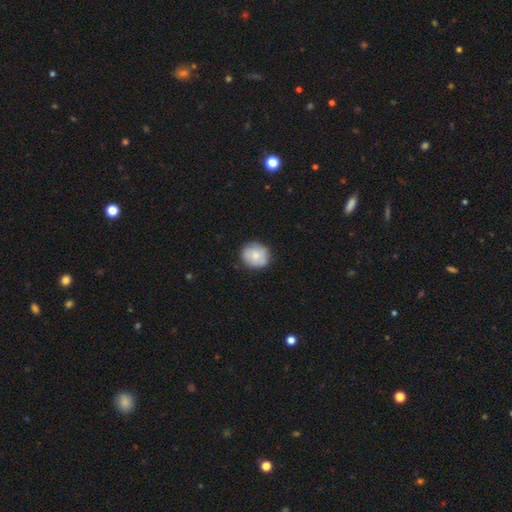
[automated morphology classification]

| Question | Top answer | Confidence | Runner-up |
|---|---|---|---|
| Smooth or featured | smooth | 76% | featured or disk (18%) |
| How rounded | round | 85% | in between (14%) |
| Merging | none | 82% | minor disturbance (14%) |